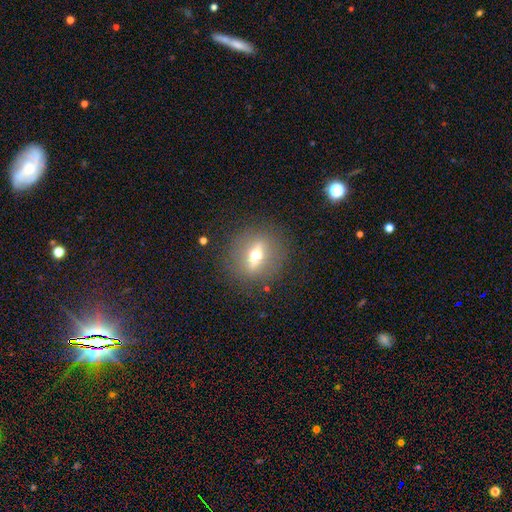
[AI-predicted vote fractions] smooth_or_featured: featured or disk (p=0.60) [alt: smooth p=0.29]
disk_edge_on: yes (p=0.57) [alt: no p=0.43]
merging: none (p=0.85) [alt: minor disturbance p=0.09]